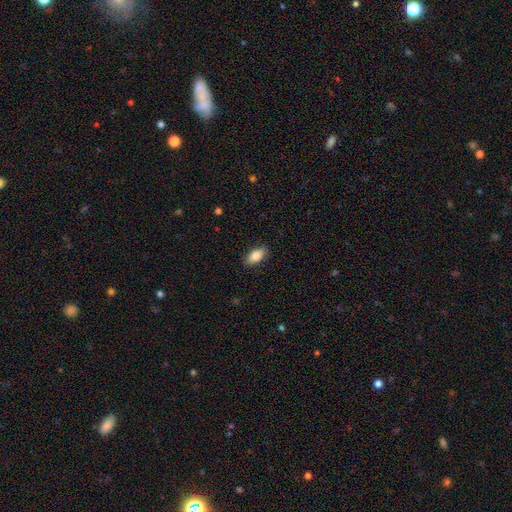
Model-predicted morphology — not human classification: Q: Smooth or featured?
A: smooth (84%); runner-up: featured or disk (9%)
Q: How rounded?
A: in between (90%); runner-up: cigar-shaped (6%)
Q: Merging?
A: none (87%); runner-up: minor disturbance (10%)